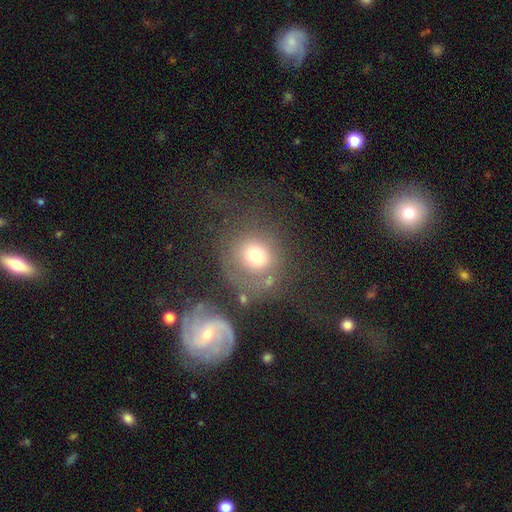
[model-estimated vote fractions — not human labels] A smooth galaxy with no disk features (65%) that is round (88%). Merging: none (56%).